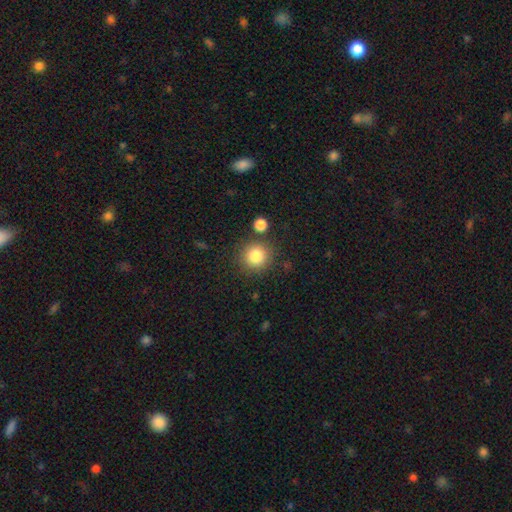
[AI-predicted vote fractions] smooth-or-featured: smooth: 83% | star or artifact: 11% | featured or disk: 6%
  how-rounded: round: 92% | in between: 7% | cigar-shaped: 1%
  merging: none: 83% | minor disturbance: 8% | merger: 6% | major disturbance: 3%